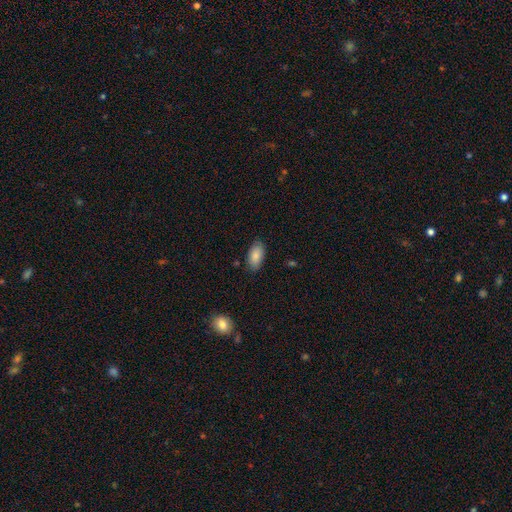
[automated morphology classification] This appears to be a smooth galaxy with no disk features (86%) that is in between round and cigar-shaped (94%). Merging: none (84%).